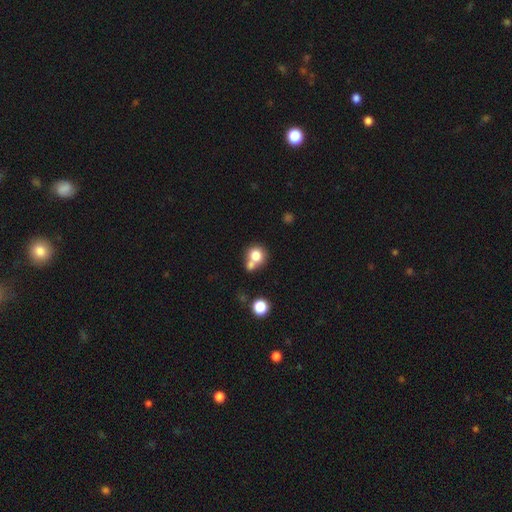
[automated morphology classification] smooth 77%, featured or disk 12%, star or artifact 11%. Down the decision tree: how rounded — round (84%); merging — none (45%).